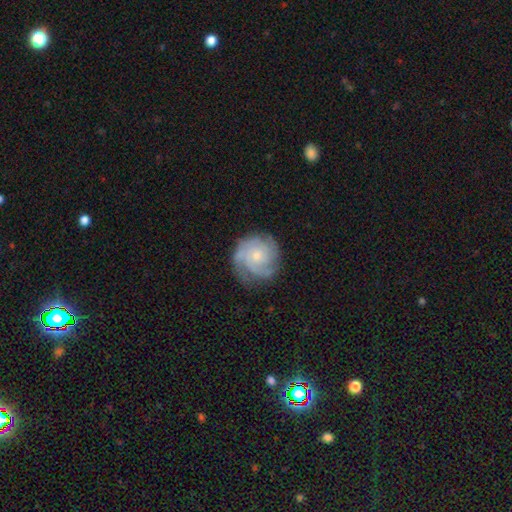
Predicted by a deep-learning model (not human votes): Smooth or featured? featured or disk (76%)
Edge-on disk? no (98%)
Bar? no (77%)
Spiral arms? yes (95%)
Spiral winding? tight (64%)
Spiral arm count? 3 (31%)
Bulge size? small (60%)
Merging? none (74%)